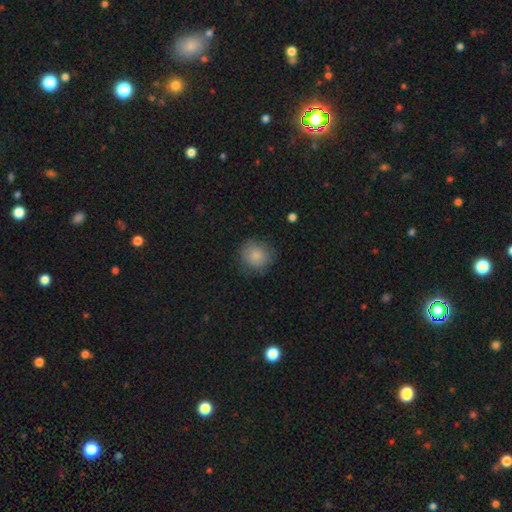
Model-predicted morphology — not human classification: A smooth galaxy with no disk features (84%) that is round (87%). Merging: none (76%).